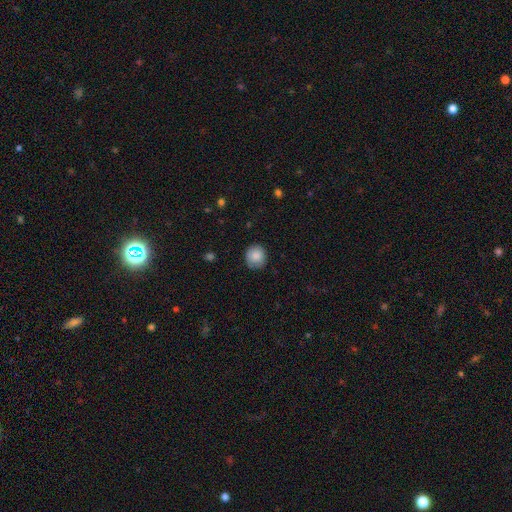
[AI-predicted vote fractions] Smooth or featured? smooth (85%)
How rounded? round (87%)
Merging? none (78%)